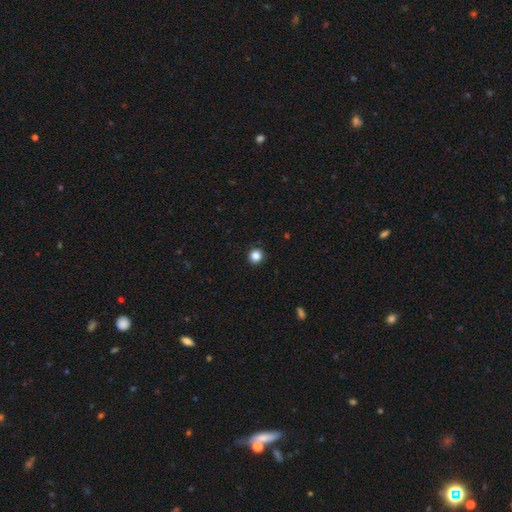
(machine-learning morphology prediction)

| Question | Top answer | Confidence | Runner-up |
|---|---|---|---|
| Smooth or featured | smooth | 85% | star or artifact (11%) |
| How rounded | round | 92% | in between (7%) |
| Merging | none | 93% | minor disturbance (5%) |